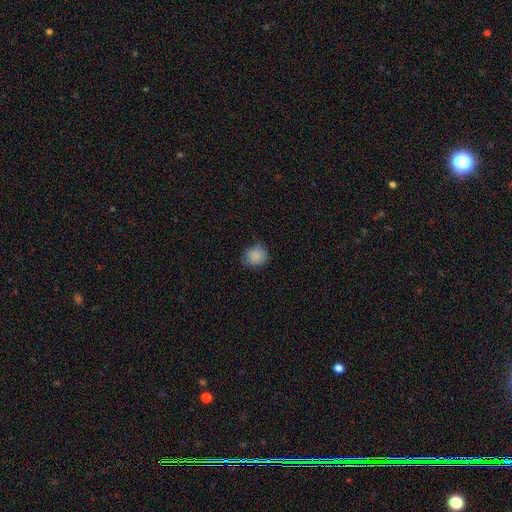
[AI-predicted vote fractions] smooth_or_featured: smooth (p=0.87) [alt: star or artifact p=0.09]
how_rounded: round (p=0.80) [alt: in between p=0.19]
merging: none (p=0.72) [alt: minor disturbance p=0.22]